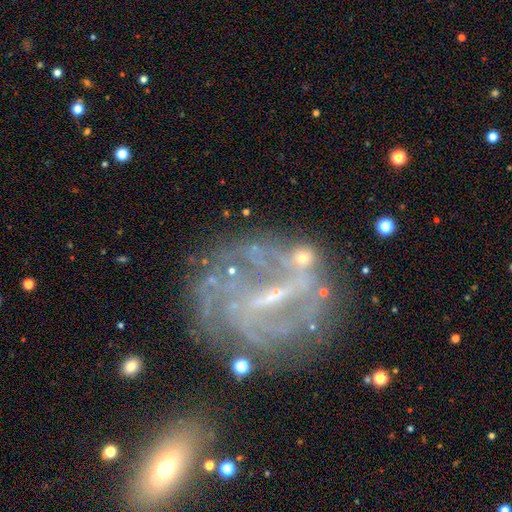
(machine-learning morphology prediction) This appears to be a featured or disk galaxy (81%) with a strong bar (45%), tight (43%) spiral arms (80%) and a small central bulge (61%). Merging: none (61%).